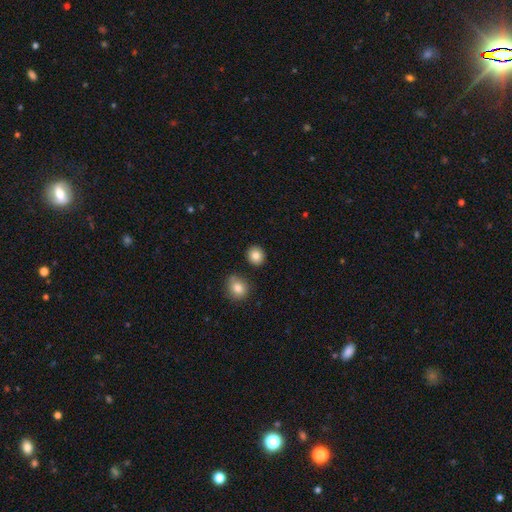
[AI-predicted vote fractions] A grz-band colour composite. It shows a smooth galaxy with no disk features (84%) that is round (86%). Merging: none (87%).